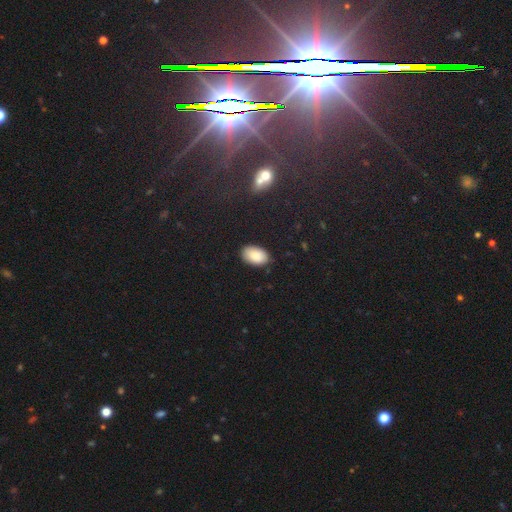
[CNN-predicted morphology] type=smooth (88%); roundness=in between (92%); merging=none (83%).